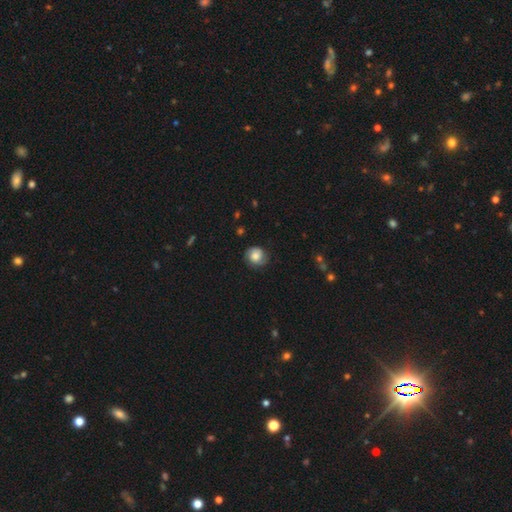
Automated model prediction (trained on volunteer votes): Smooth or featured?
  - smooth: 62% *
  - featured or disk: 29%
  - star or artifact: 8%
How rounded?
  - round: 83% *
  - in between: 16%
  - cigar-shaped: 1%
Merging?
  - none: 75% *
  - minor disturbance: 18%
  - major disturbance: 5%
  - merger: 1%